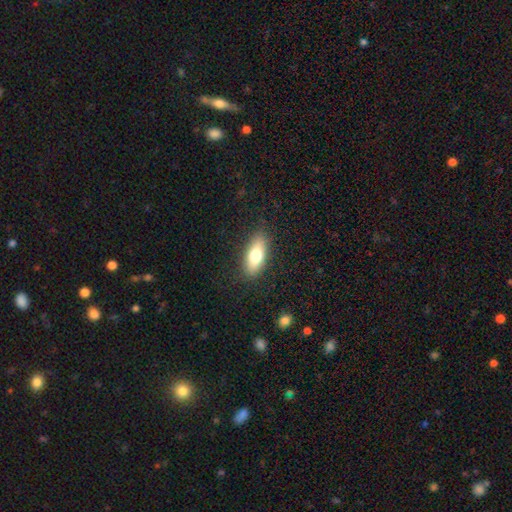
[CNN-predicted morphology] smooth 72%, featured or disk 20%, star or artifact 7%. Down the decision tree: how rounded — in between (75%); merging — none (86%).